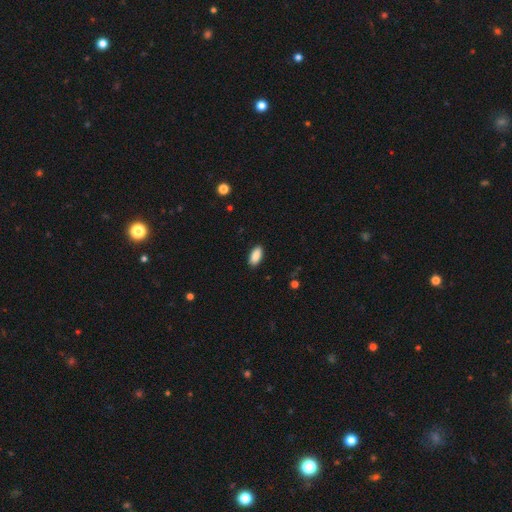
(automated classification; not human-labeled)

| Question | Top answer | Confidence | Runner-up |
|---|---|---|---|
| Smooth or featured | smooth | 90% | star or artifact (7%) |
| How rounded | in between | 92% | cigar-shaped (6%) |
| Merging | none | 89% | minor disturbance (8%) |